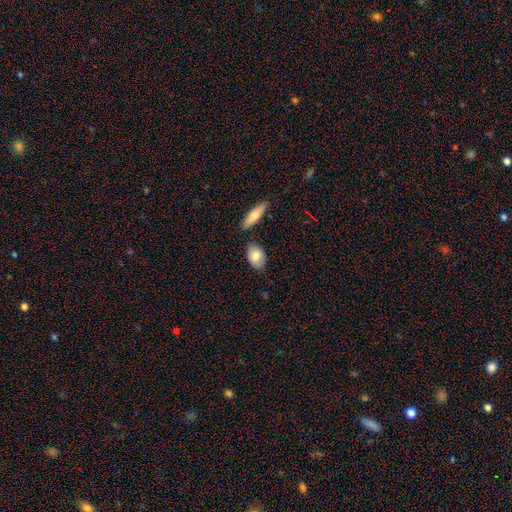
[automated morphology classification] This appears to be a smooth galaxy with no disk features (73%) that is in between round and cigar-shaped (87%). Merging: none (78%).